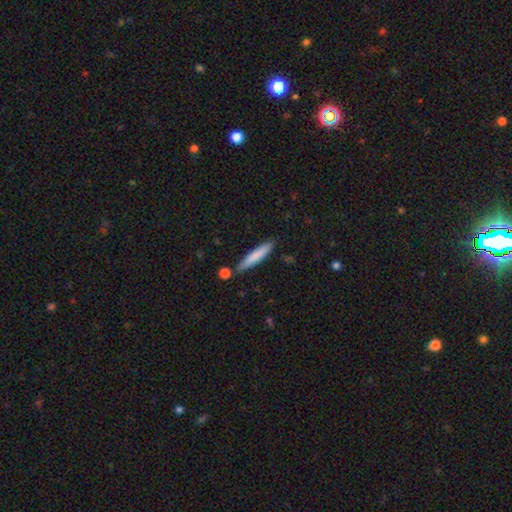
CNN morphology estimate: smooth-or-featured: smooth: 78% | featured or disk: 17% | star or artifact: 5%
  how-rounded: cigar-shaped: 92% | in between: 7% | round: 1%
  merging: none: 83% | minor disturbance: 10% | merger: 4% | major disturbance: 2%